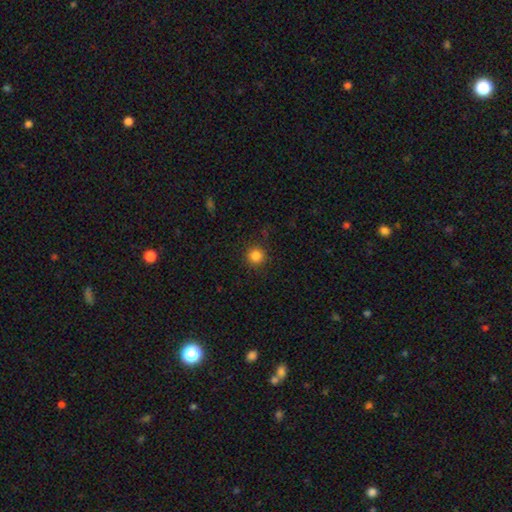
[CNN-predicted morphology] type=smooth (84%); roundness=round (95%); merging=none (90%).